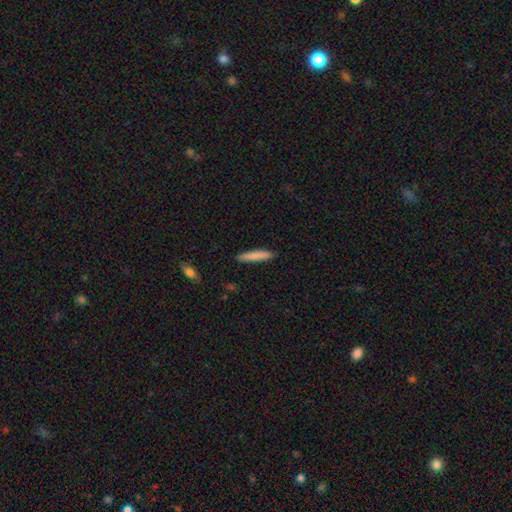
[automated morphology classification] smooth_or_featured: smooth (p=0.82) [alt: featured or disk p=0.13]
how_rounded: cigar-shaped (p=0.91) [alt: in between p=0.08]
merging: none (p=0.90) [alt: minor disturbance p=0.07]